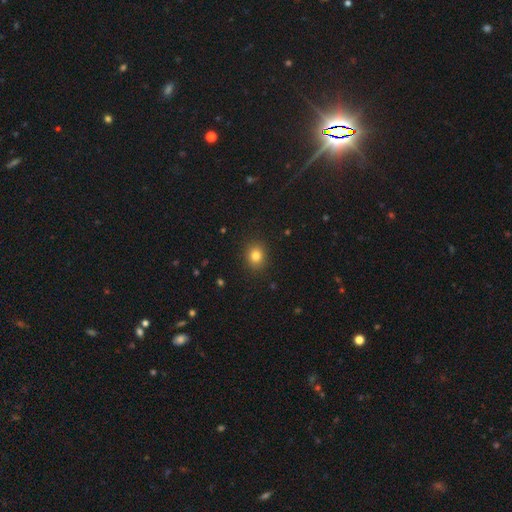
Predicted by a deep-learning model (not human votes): The model was most divided on "how rounded": round: 74%, in between: 25%, cigar-shaped: 1%. More confident: merging — none (91%); smooth or featured — smooth (81%).